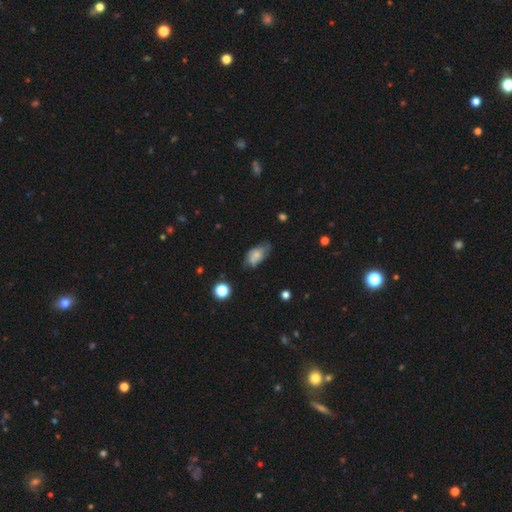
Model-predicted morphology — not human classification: Overall: smooth (61%; featured or disk 29%). How rounded: in between (90%). Merging: none (54%; minor disturbance 32%).